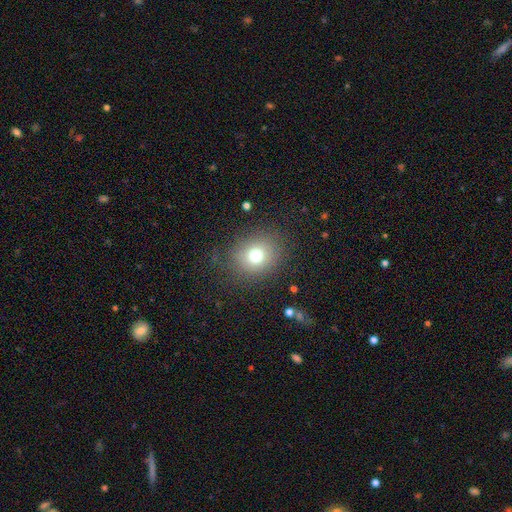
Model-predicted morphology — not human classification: Smooth or featured?
  - smooth: 72% *
  - star or artifact: 15%
  - featured or disk: 12%
How rounded?
  - round: 75% *
  - in between: 24%
  - cigar-shaped: 1%
Merging?
  - none: 83% *
  - minor disturbance: 10%
  - major disturbance: 6%
  - merger: 1%